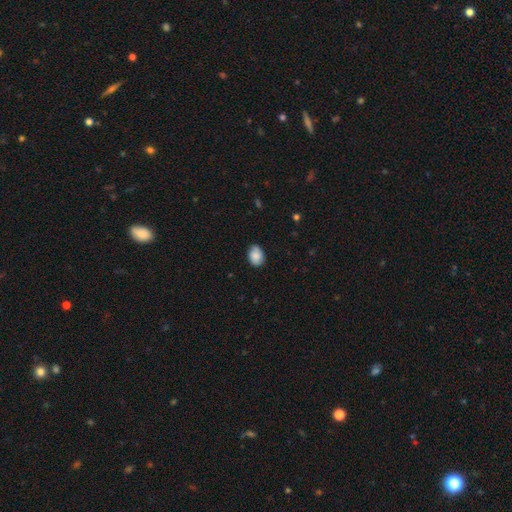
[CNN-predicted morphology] smooth-or-featured: smooth: 80% | featured or disk: 12% | star or artifact: 8%
  how-rounded: in between: 74% | round: 24% | cigar-shaped: 1%
  merging: none: 75% | minor disturbance: 20% | major disturbance: 3% | merger: 1%